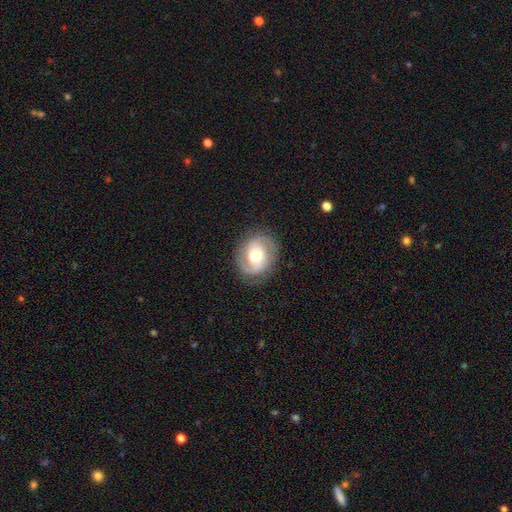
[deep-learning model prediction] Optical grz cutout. It shows a featured or disk galaxy (75%) with no bar (45%), 2 (88%) medium (45%) spiral arms (90%) and a moderate central bulge (59%). Merging: none (82%).